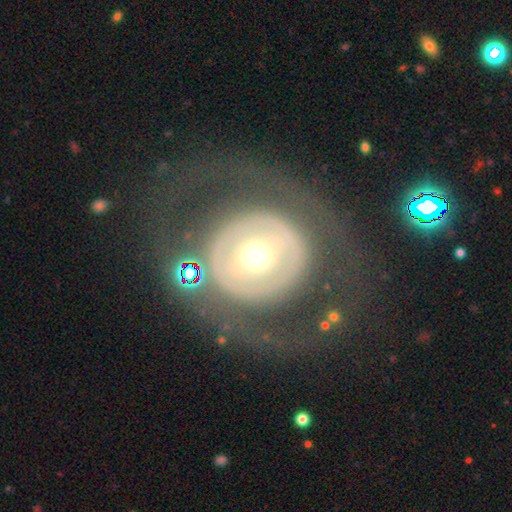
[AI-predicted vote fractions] smooth-or-featured: featured or disk: 65% | smooth: 29% | star or artifact: 7%
  disk-edge-on: no: 95% | yes: 5%
    bar: no: 74% | weak: 16% | strong: 10%
    has-spiral-arms: no: 80% | yes: 20%
    bulge-size: moderate: 55% | small: 32% | large: 9% | dominant: 2% | none: 1%
  merging: none: 70% | major disturbance: 16% | minor disturbance: 12% | merger: 3%